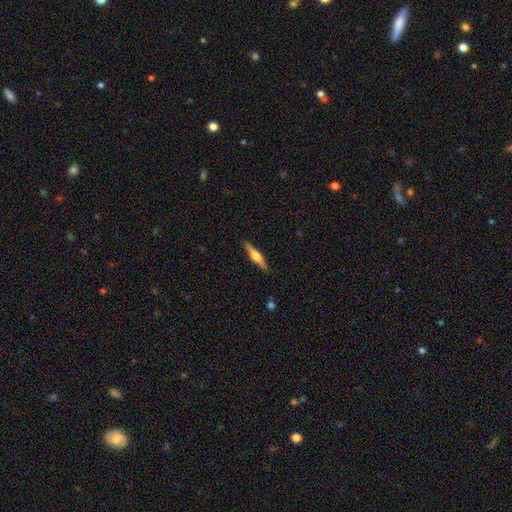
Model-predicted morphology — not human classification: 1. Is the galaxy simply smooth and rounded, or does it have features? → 60% featured or disk, 34% smooth, 6% star or artifact.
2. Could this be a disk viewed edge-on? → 96% yes, 4% no.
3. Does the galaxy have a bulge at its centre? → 77% rounded, 19% boxy, 5% none.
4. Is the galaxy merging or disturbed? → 88% none, 9% minor disturbance, 2% major disturbance, 1% merger.